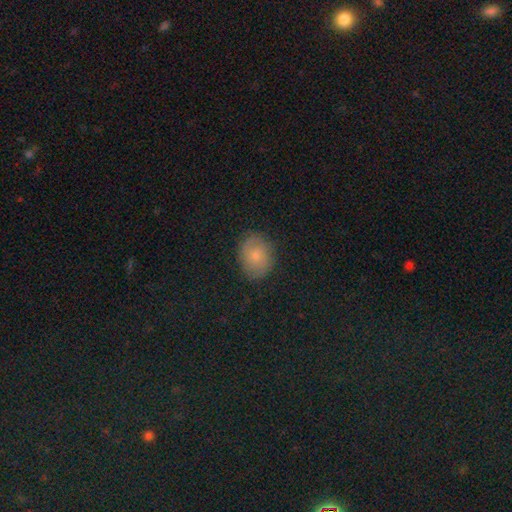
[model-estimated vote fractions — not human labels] Overall: smooth (65%; featured or disk 25%). How rounded: in between (53%; round 46%). Merging: none (81%).